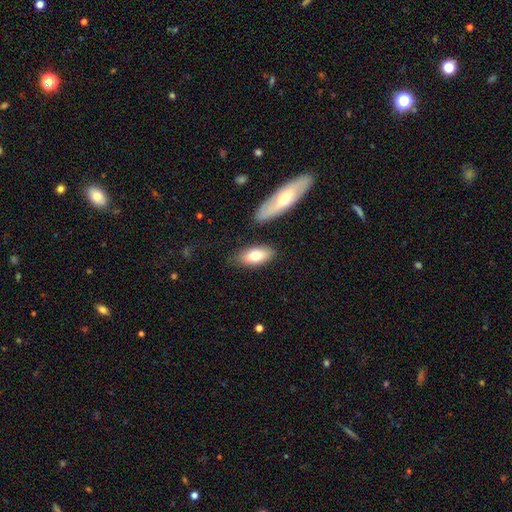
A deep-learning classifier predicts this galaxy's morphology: Q: Smooth or featured?
A: smooth (74%); runner-up: featured or disk (20%)
Q: How rounded?
A: in between (85%); runner-up: cigar-shaped (12%)
Q: Merging?
A: none (79%); runner-up: minor disturbance (12%)